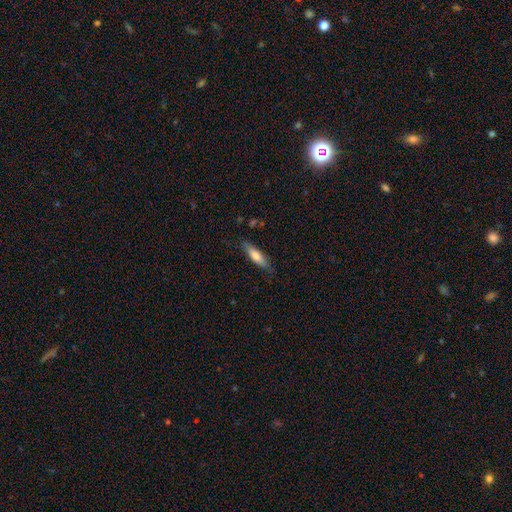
A smooth galaxy with no disk features (59%) that is cigar-shaped (83%).

Vote fractions:
- Smooth or featured? smooth: 59% / featured or disk: 33% / star or artifact: 8%
- How rounded? cigar-shaped: 83% / in between: 17% / round: 0%
- Merging? none: 86% / minor disturbance: 11% / major disturbance: 3% / merger: 0%